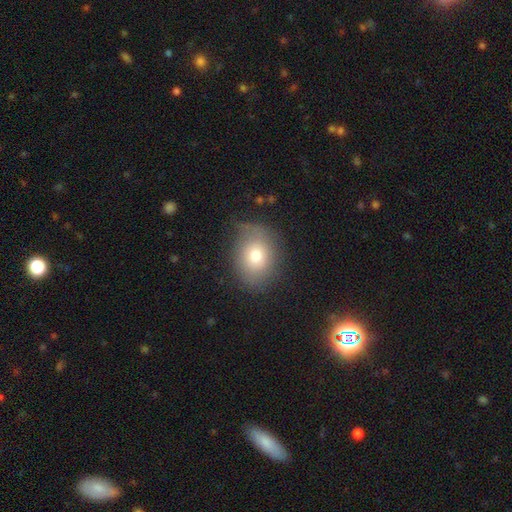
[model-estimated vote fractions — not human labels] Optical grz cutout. It shows a smooth galaxy with no disk features (73%) that is round (52%). Merging: none (71%).